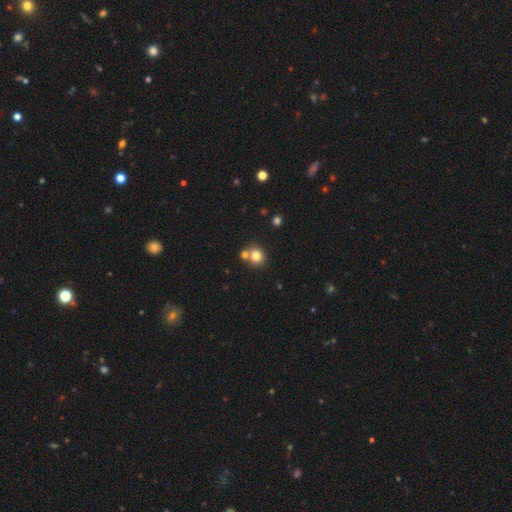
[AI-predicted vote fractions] Smooth or featured?
  - smooth: 79% *
  - star or artifact: 12%
  - featured or disk: 9%
How rounded?
  - round: 84% *
  - in between: 15%
  - cigar-shaped: 1%
Merging?
  - none: 60% *
  - merger: 29%
  - minor disturbance: 8%
  - major disturbance: 3%